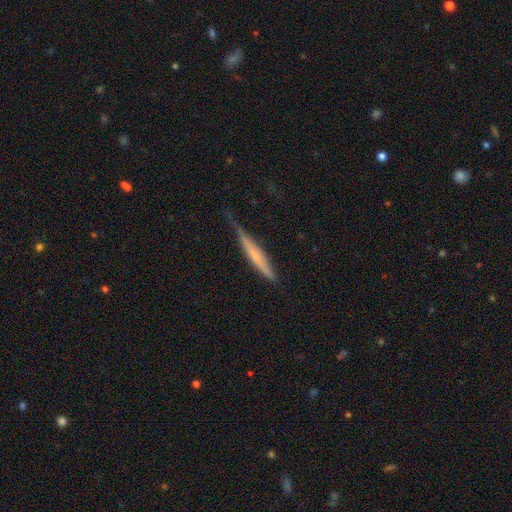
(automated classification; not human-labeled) Smooth or featured? featured or disk (49%)
Merging? none (58%)